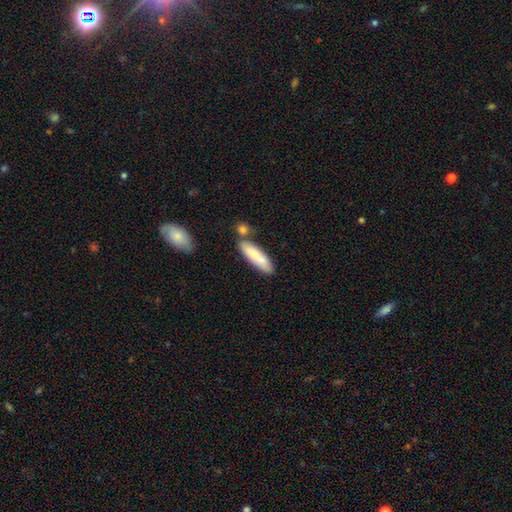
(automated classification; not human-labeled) This is likely a smooth galaxy (76%). How rounded: likely cigar-shaped (63%). Merging: likely none (66%).